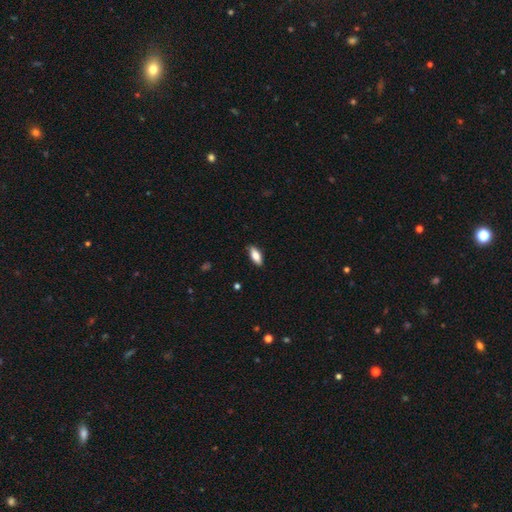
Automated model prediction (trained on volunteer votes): Smooth or featured?
  - smooth: 79% *
  - featured or disk: 14%
  - star or artifact: 6%
How rounded?
  - in between: 78% *
  - cigar-shaped: 19%
  - round: 2%
Merging?
  - none: 85% *
  - minor disturbance: 11%
  - major disturbance: 2%
  - merger: 1%